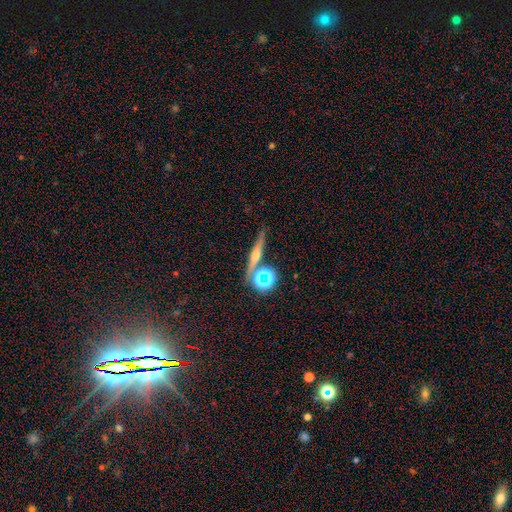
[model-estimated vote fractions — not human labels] Smooth or featured: featured or disk — 55% (star or artifact — 23%)
Edge-on disk: yes — 92% (no — 8%)
Edge-on bulge: rounded — 87% (none — 8%)
Merging: none — 81% (merger — 8%)